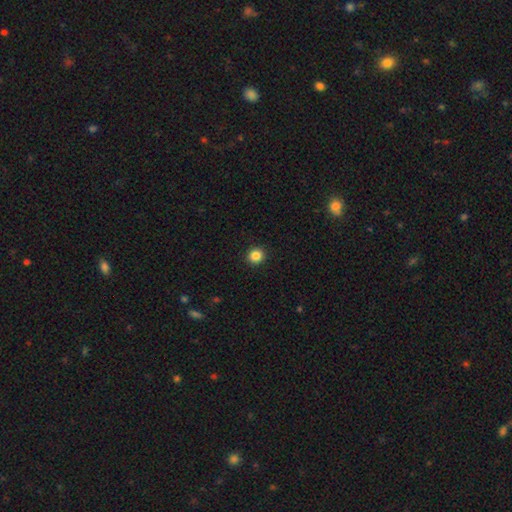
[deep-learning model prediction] smooth-or-featured: smooth: 85% | star or artifact: 11% | featured or disk: 4%
  how-rounded: round: 91% | in between: 8% | cigar-shaped: 1%
  merging: none: 93% | minor disturbance: 4% | major disturbance: 2% | merger: 1%